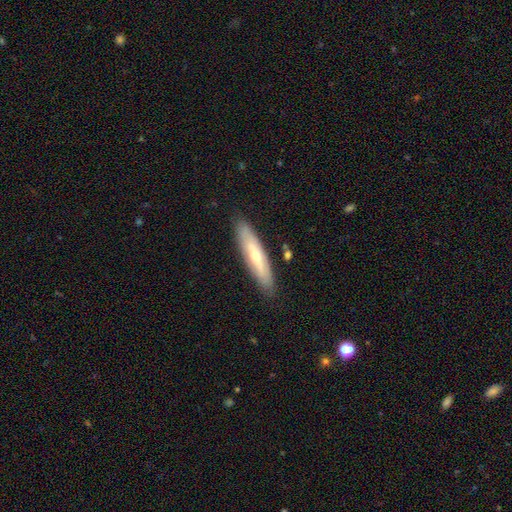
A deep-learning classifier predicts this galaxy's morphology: smooth-or-featured: featured or disk: 48% | smooth: 46% | star or artifact: 6%
  merging: none: 86% | minor disturbance: 10% | major disturbance: 2% | merger: 2%